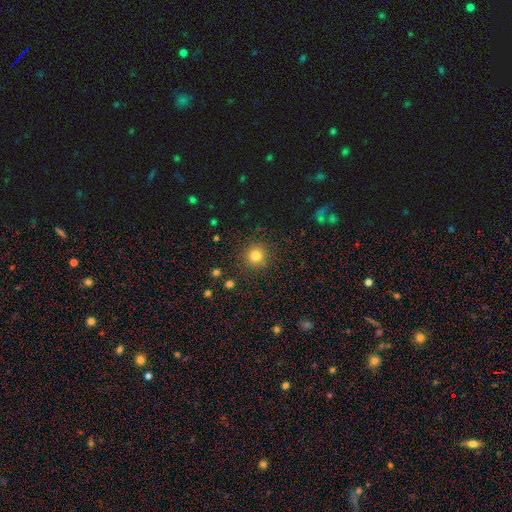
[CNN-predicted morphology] This is clearly a smooth galaxy (80%). How rounded: clearly round (94%). Merging: clearly none (90%).